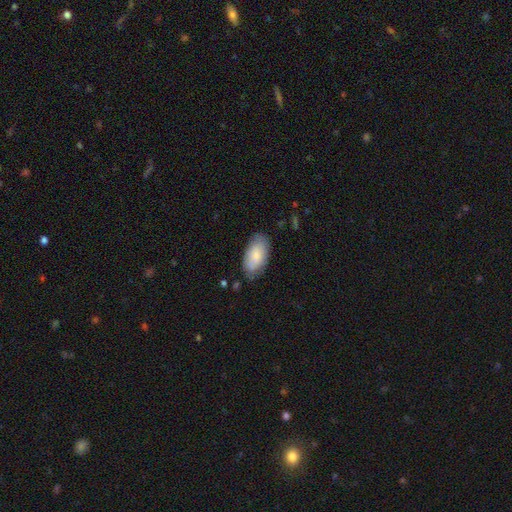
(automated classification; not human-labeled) Smooth or featured? smooth (79%)
How rounded? in between (94%)
Merging? none (74%)